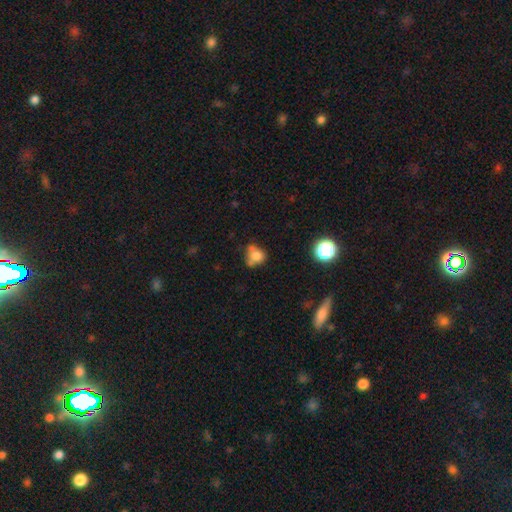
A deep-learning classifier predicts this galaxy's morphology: Smooth or featured?
  - smooth: 70% *
  - featured or disk: 17%
  - star or artifact: 13%
How rounded?
  - round: 61% *
  - in between: 37%
  - cigar-shaped: 1%
Merging?
  - none: 40% *
  - minor disturbance: 25%
  - merger: 22%
  - major disturbance: 12%